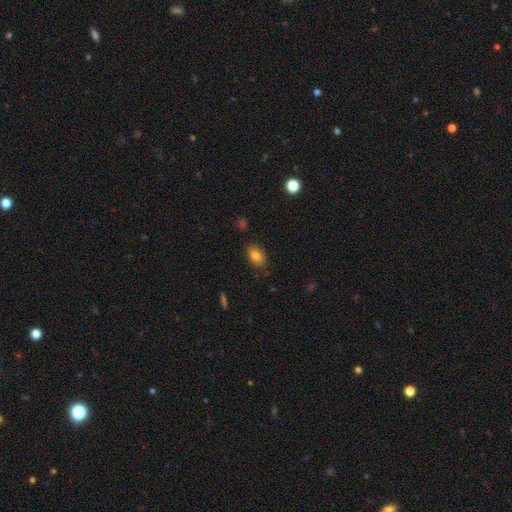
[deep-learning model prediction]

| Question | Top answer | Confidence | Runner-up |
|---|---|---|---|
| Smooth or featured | smooth | 82% | star or artifact (9%) |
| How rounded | in between | 84% | round (14%) |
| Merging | none | 83% | minor disturbance (13%) |